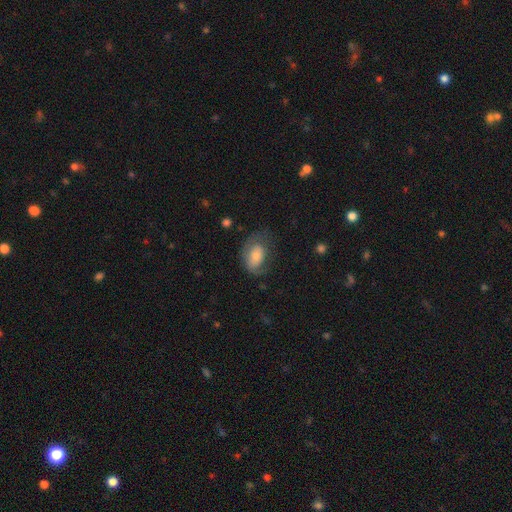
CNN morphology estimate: The model was most divided on "merging": none: 47%, minor disturbance: 28%, major disturbance: 23%, merger: 2%. More confident: how rounded — in between (85%); smooth or featured — smooth (62%).